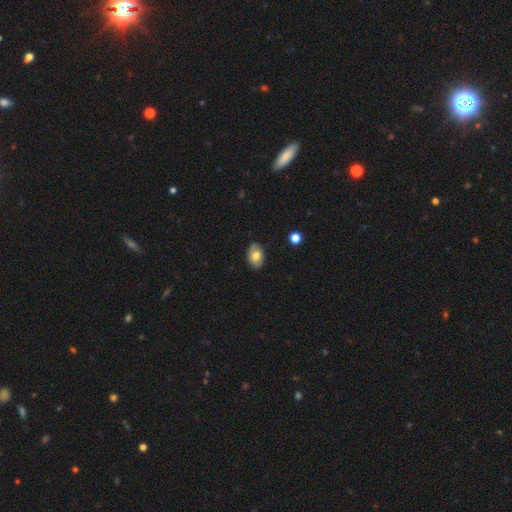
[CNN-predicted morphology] Overall: smooth (73%). How rounded: in between (85%). Merging: none (83%).